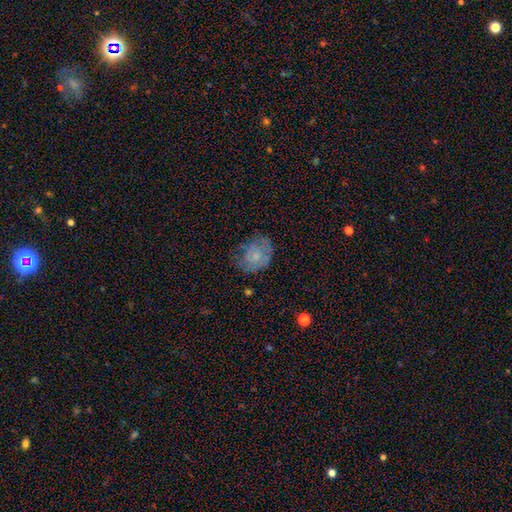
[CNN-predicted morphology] This is possibly a smooth galaxy (58%). How rounded: possibly round (51%). Merging: possibly none (50%).